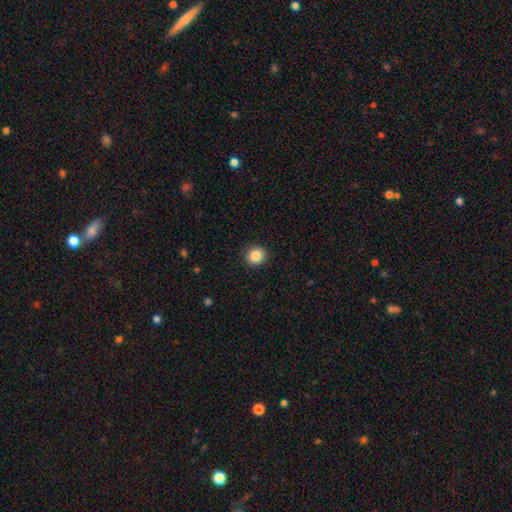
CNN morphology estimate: This appears to be a smooth galaxy with no disk features (85%) that is round (90%). Merging: none (92%).